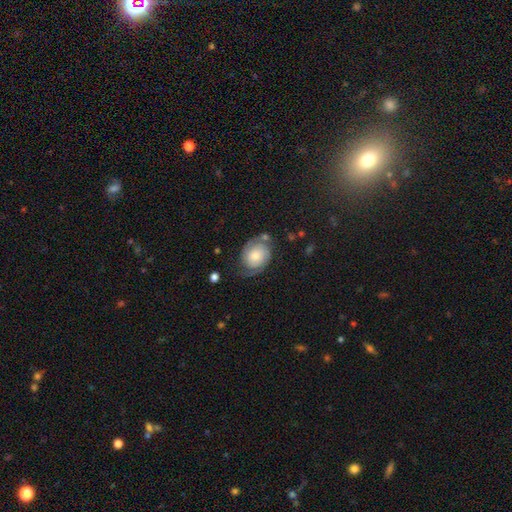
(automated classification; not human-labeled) Morphology: type=featured or disk (70%); edge-on=no (97%); bar=no (77%); spiral arms=yes (93%); winding=tight (45%); arm count=2 (87%); bulge=small (41%, tied with moderate); merging=none (64%).